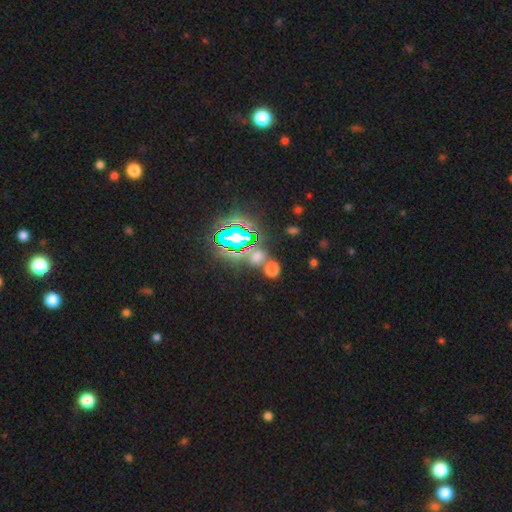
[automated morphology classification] Q: Smooth or featured?
A: star or artifact (68%); runner-up: smooth (23%)